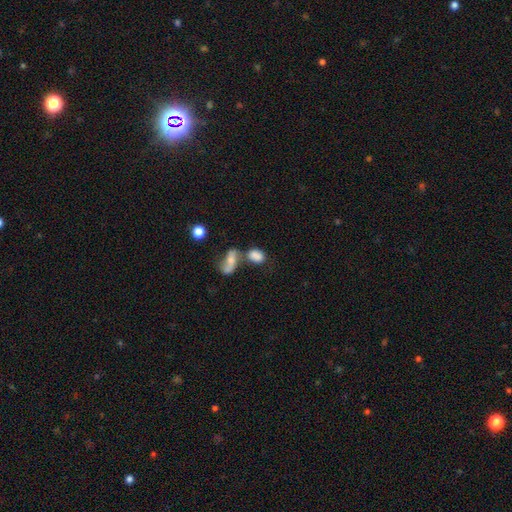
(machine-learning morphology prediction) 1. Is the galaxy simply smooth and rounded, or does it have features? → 76% smooth, 14% featured or disk, 10% star or artifact.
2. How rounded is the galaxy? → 81% in between, 16% round, 3% cigar-shaped.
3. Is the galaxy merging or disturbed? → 45% merger, 34% none, 13% minor disturbance, 8% major disturbance.